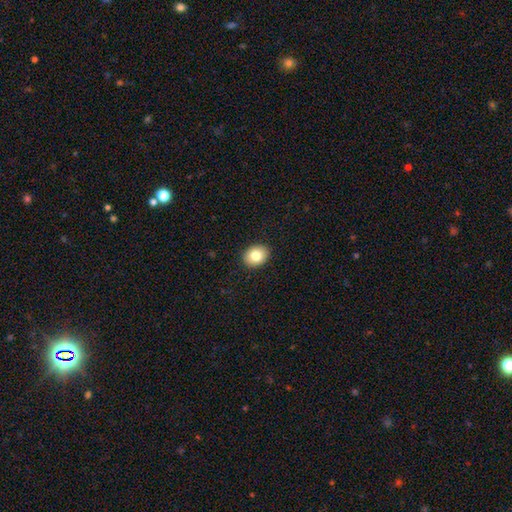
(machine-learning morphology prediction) Overall: smooth (82%). How rounded: in between (50%; round 49%). Merging: none (91%).